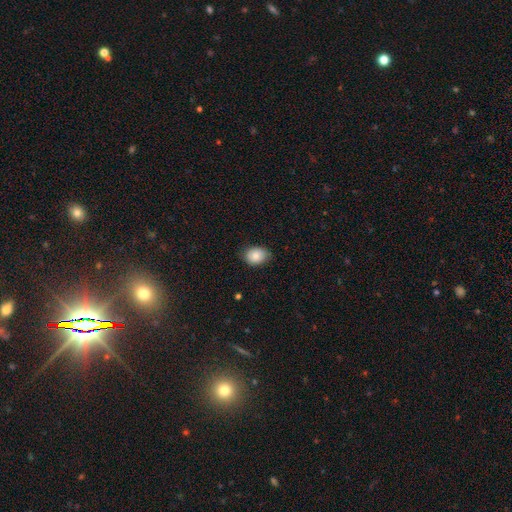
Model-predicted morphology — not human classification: The model was most divided on "how rounded": in between: 60%, round: 39%, cigar-shaped: 1%. More confident: smooth or featured — smooth (82%); merging — none (79%).